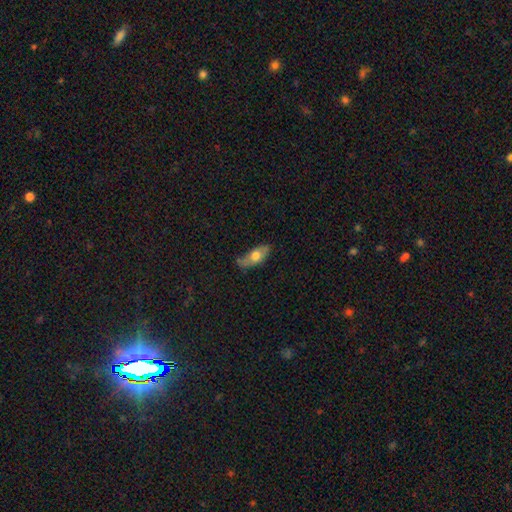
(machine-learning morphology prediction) Smooth or featured?
  - smooth: 63% *
  - featured or disk: 31%
  - star or artifact: 6%
How rounded?
  - in between: 78% *
  - cigar-shaped: 18%
  - round: 4%
Merging?
  - none: 62% *
  - minor disturbance: 28%
  - major disturbance: 7%
  - merger: 3%